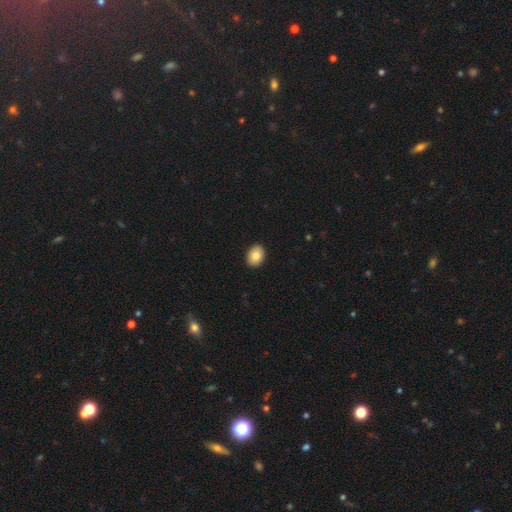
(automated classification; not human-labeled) Q: Smooth or featured?
A: smooth (86%); runner-up: star or artifact (7%)
Q: How rounded?
A: in between (68%); runner-up: round (31%)
Q: Merging?
A: none (91%); runner-up: minor disturbance (6%)